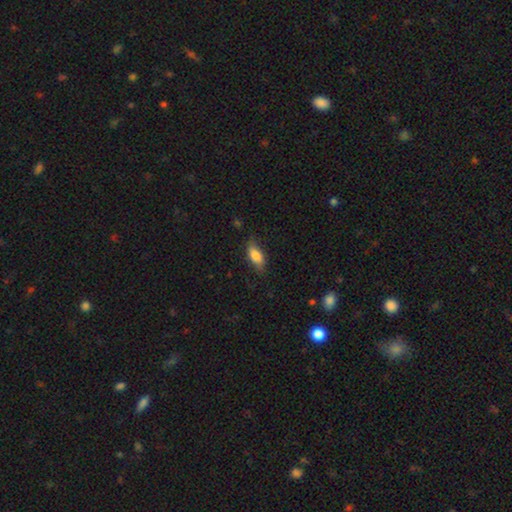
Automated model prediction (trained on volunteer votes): Smooth or featured: smooth — 79% (featured or disk — 13%)
How rounded: in between — 83% (cigar-shaped — 14%)
Merging: none — 74% (minor disturbance — 20%)